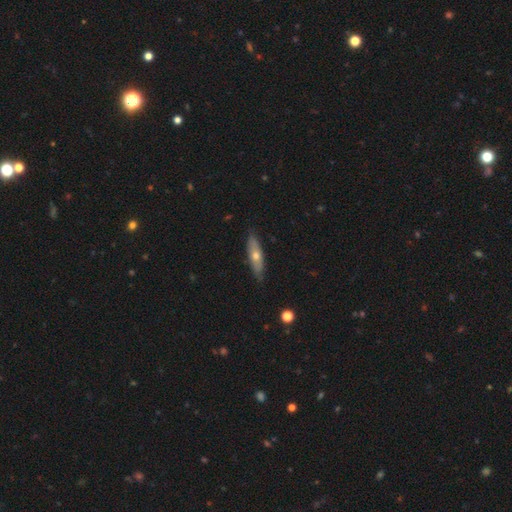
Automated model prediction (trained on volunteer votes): This appears to be a smooth galaxy with no disk features (48%). Merging: none (83%).